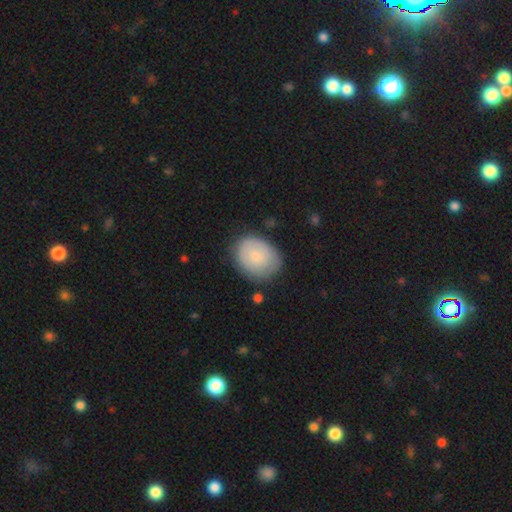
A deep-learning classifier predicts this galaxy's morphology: type=smooth (69%); roundness=in between (50%); merging=none (71%).